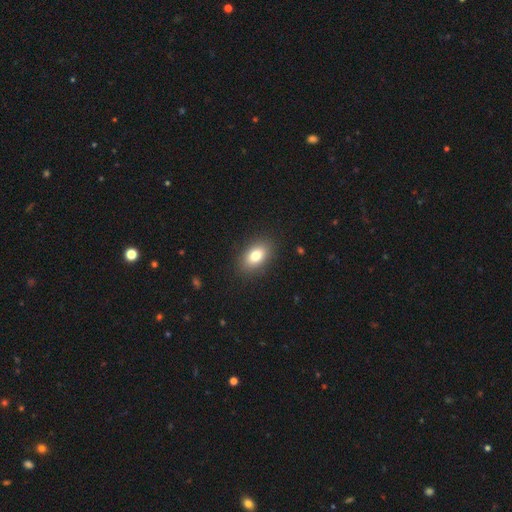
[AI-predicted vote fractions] Smooth or featured: smooth — 80% (featured or disk — 12%)
How rounded: in between — 86% (round — 12%)
Merging: none — 88% (minor disturbance — 8%)